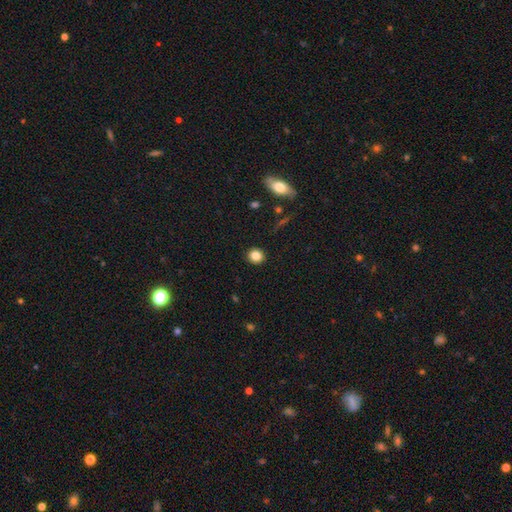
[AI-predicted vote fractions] This is clearly a smooth galaxy (84%). How rounded: clearly round (88%). Merging: clearly none (92%).